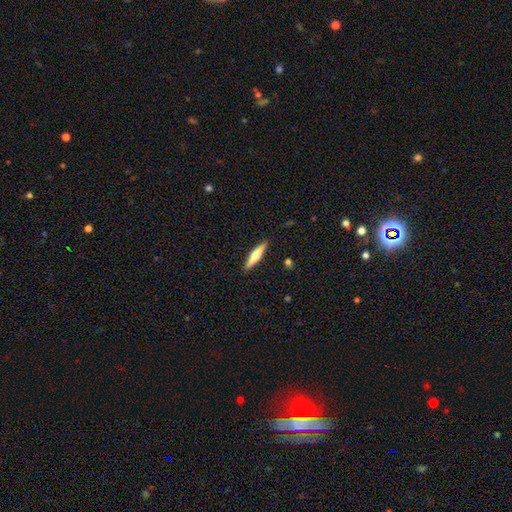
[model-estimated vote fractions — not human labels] A featured or disk galaxy (48%). Merging: none (90%).